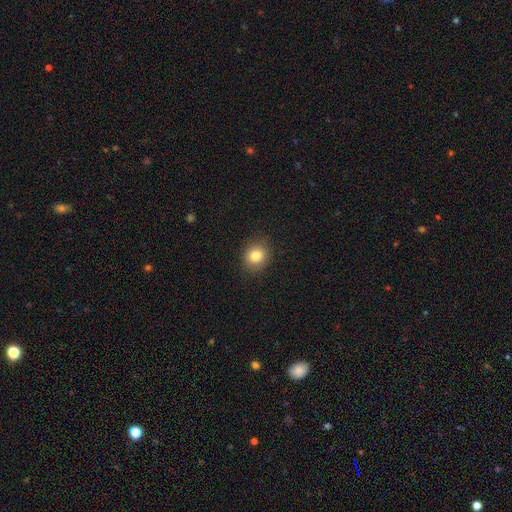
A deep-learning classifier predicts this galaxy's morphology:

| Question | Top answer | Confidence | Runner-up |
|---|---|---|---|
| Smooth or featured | smooth | 82% | star or artifact (11%) |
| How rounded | round | 77% | in between (22%) |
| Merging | none | 89% | minor disturbance (8%) |